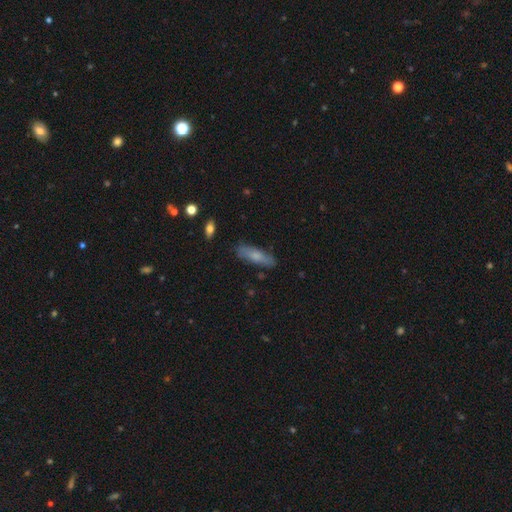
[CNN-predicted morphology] The model was most divided on "how rounded": cigar-shaped: 61%, in between: 37%, round: 2%. More confident: merging — none (81%); smooth or featured — smooth (69%).